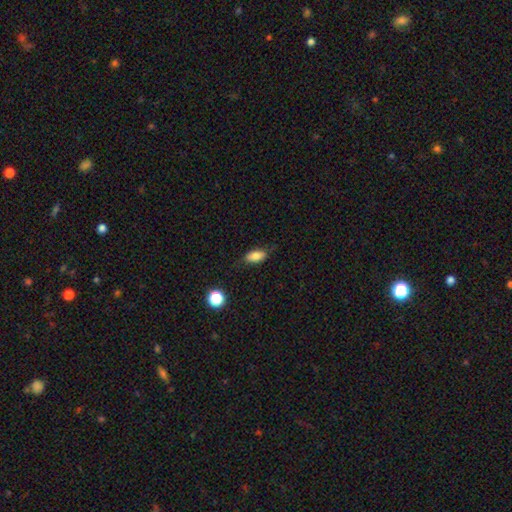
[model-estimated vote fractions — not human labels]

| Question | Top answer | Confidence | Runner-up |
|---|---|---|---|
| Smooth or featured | smooth | 80% | featured or disk (11%) |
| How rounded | in between | 88% | cigar-shaped (7%) |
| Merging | none | 73% | minor disturbance (20%) |